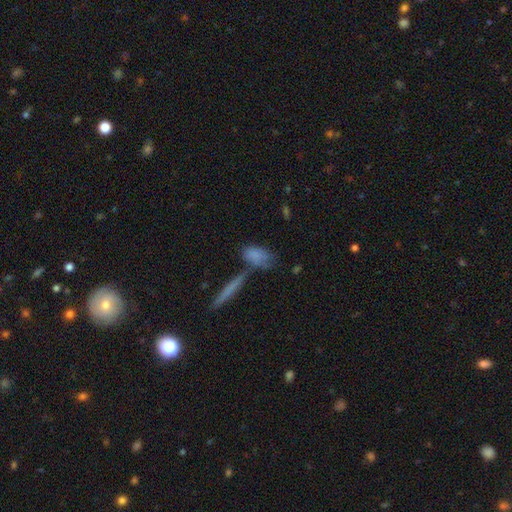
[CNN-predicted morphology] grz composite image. It shows a smooth galaxy with no disk features (76%) that is in between round and cigar-shaped (77%). Merging: none (47%).